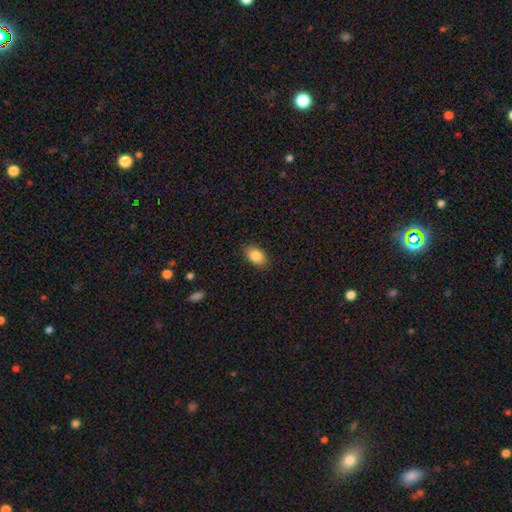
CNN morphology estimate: Overall: smooth (86%). How rounded: in between (88%). Merging: none (87%).